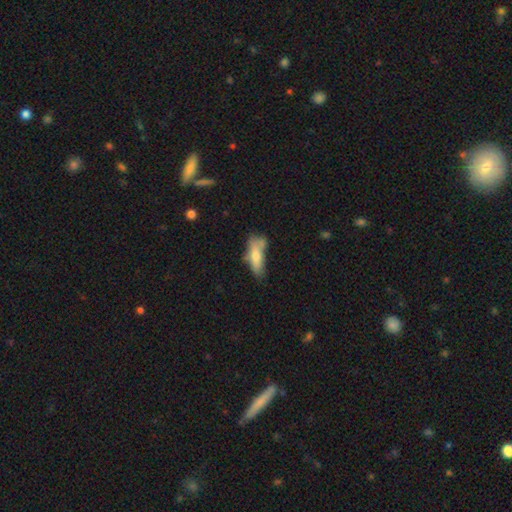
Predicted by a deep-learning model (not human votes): smooth_or_featured: smooth (p=0.63) [alt: featured or disk p=0.29]
how_rounded: in between (p=0.62) [alt: cigar-shaped p=0.35]
merging: none (p=0.40) [alt: minor disturbance p=0.29]